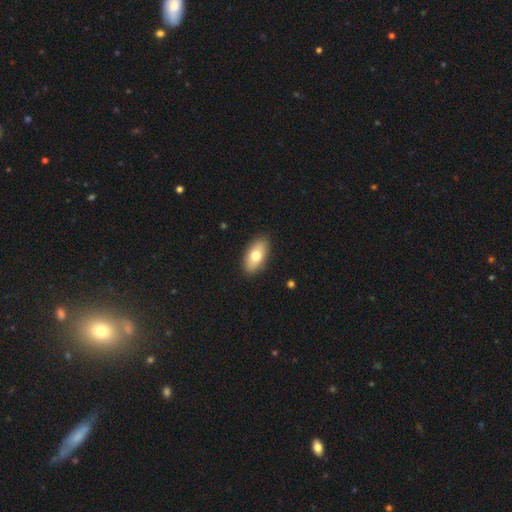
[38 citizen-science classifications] Overall: smooth (68%). How rounded: in between (92%). Merging: none (86%).